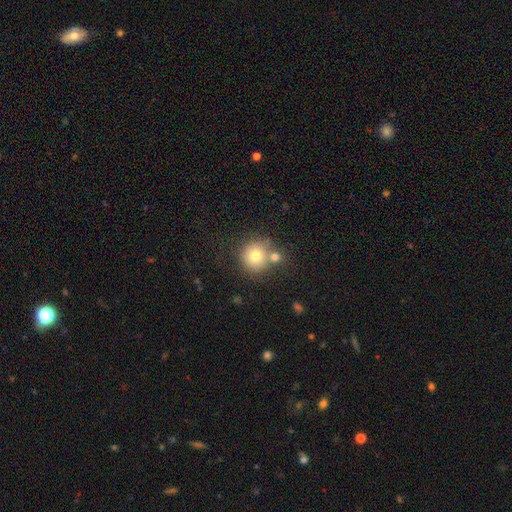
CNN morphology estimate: Q: Smooth or featured?
A: smooth (73%); runner-up: featured or disk (16%)
Q: How rounded?
A: round (92%); runner-up: in between (7%)
Q: Merging?
A: none (57%); runner-up: merger (28%)